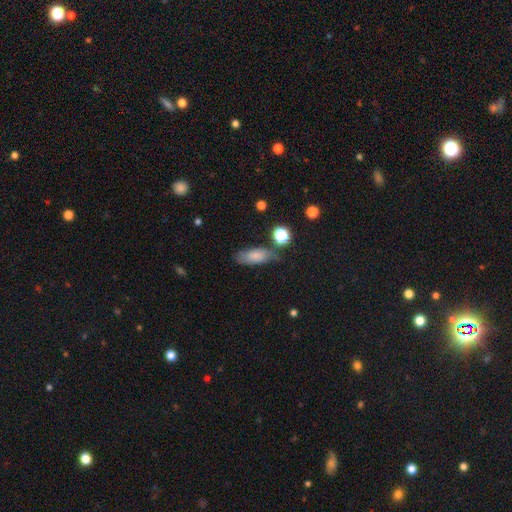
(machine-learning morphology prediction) Smooth or featured? Predicted: smooth (p=0.76). How rounded? Predicted: in between (p=0.72). Merging? Predicted: none (p=0.64).